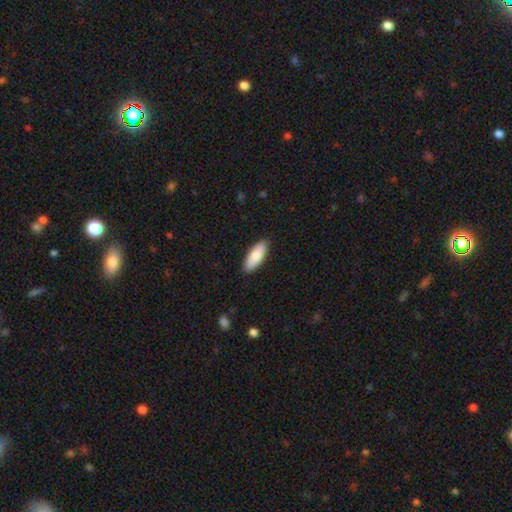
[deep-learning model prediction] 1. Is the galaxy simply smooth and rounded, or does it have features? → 84% smooth, 11% featured or disk, 5% star or artifact.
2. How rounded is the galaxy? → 72% in between, 26% cigar-shaped, 2% round.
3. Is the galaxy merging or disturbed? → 89% none, 9% minor disturbance, 2% major disturbance, 1% merger.